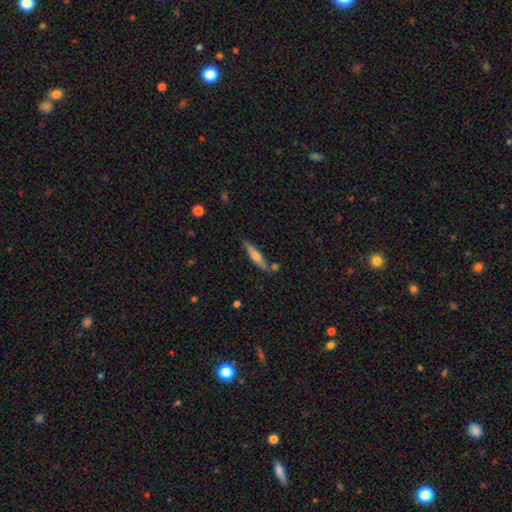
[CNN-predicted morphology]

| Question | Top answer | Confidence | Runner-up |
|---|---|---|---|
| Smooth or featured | smooth | 51% | featured or disk (43%) |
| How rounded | cigar-shaped | 88% | in between (10%) |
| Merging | none | 78% | minor disturbance (12%) |